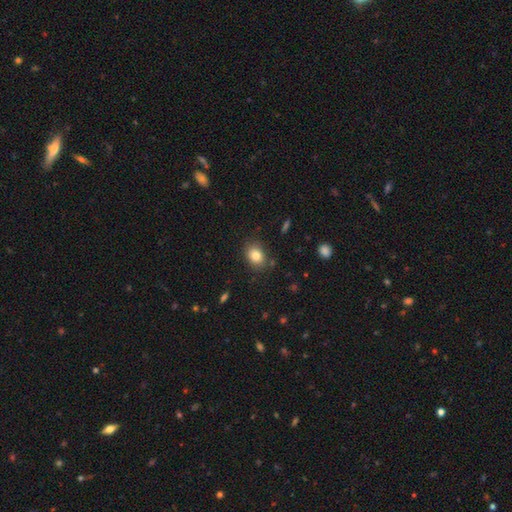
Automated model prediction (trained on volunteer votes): Q: Smooth or featured?
A: smooth (81%); runner-up: star or artifact (10%)
Q: How rounded?
A: in between (58%); runner-up: round (41%)
Q: Merging?
A: none (82%); runner-up: minor disturbance (12%)